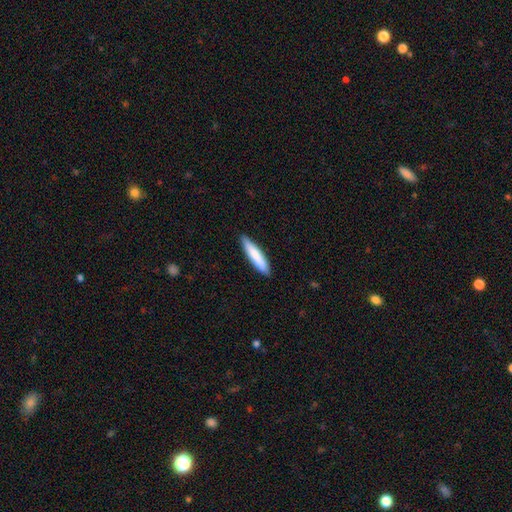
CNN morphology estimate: Smooth or featured?
  - smooth: 79% *
  - featured or disk: 16%
  - star or artifact: 5%
How rounded?
  - cigar-shaped: 84% *
  - in between: 14%
  - round: 1%
Merging?
  - none: 88% *
  - minor disturbance: 9%
  - major disturbance: 2%
  - merger: 1%